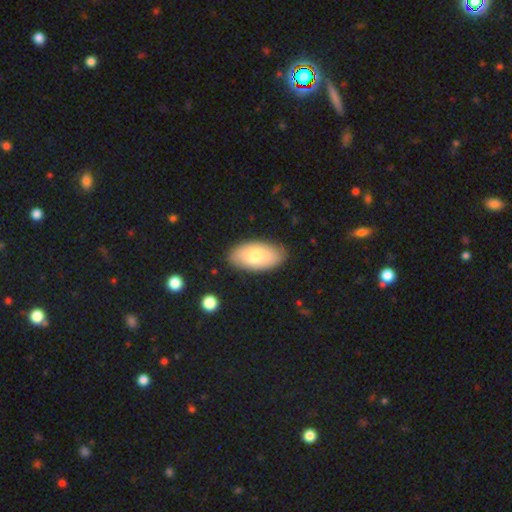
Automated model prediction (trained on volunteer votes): Smooth or featured? smooth (69%)
How rounded? in between (94%)
Merging? none (85%)